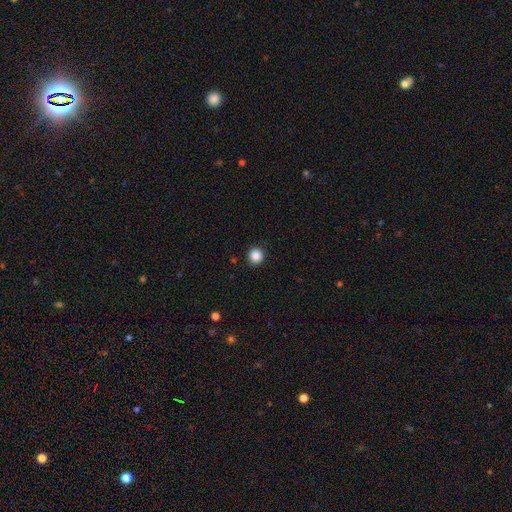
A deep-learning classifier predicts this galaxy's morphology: Smooth or featured: smooth — 87% (star or artifact — 10%)
How rounded: round — 94% (in between — 5%)
Merging: none — 91% (minor disturbance — 6%)